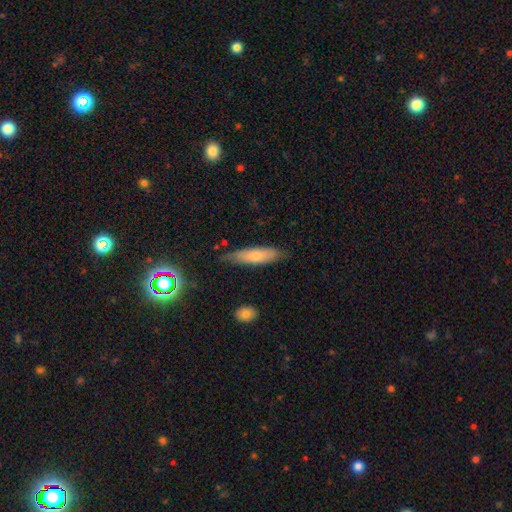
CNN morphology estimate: type=smooth (65%); roundness=cigar-shaped (67%); merging=none (72%).